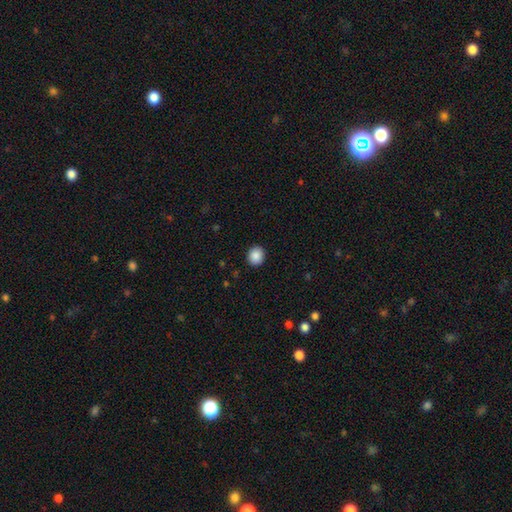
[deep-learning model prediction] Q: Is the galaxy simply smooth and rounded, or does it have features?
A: smooth — 89%.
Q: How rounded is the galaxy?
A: round — 74%.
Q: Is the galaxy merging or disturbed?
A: none — 91%.